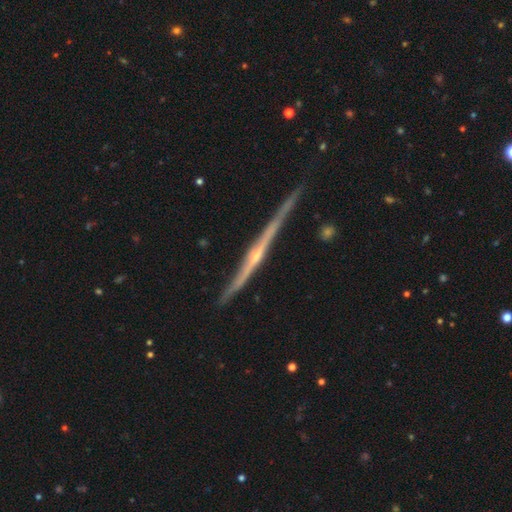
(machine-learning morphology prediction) Q: Smooth or featured?
A: featured or disk (87%); runner-up: smooth (8%)
Q: Edge-on disk?
A: yes (98%); runner-up: no (2%)
Q: Edge-on bulge?
A: rounded (72%); runner-up: none (23%)
Q: Merging?
A: none (83%); runner-up: minor disturbance (13%)